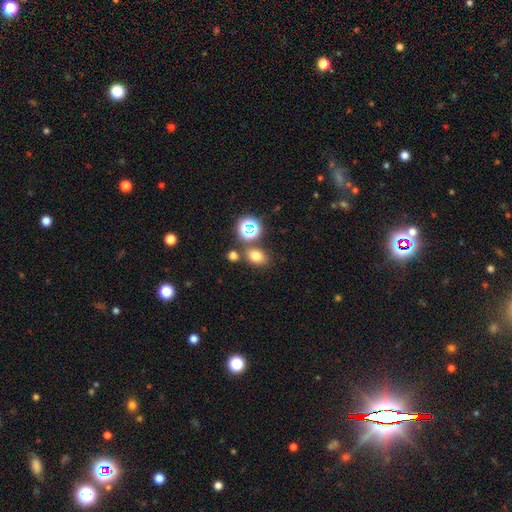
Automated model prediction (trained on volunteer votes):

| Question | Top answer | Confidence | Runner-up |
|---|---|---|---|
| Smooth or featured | smooth | 73% | star or artifact (20%) |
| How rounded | in between | 63% | round (36%) |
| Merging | none | 69% | merger (16%) |